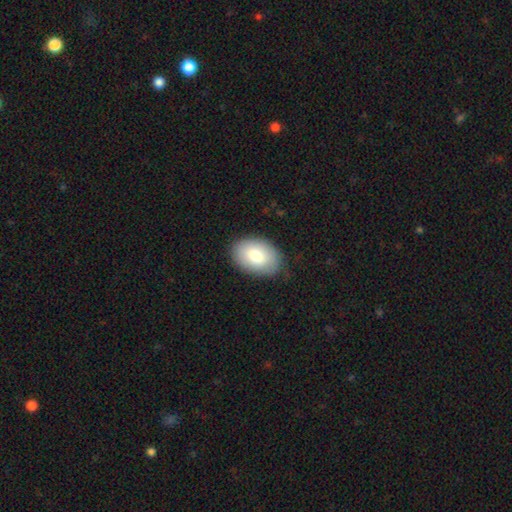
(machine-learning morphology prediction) smooth 80%, featured or disk 13%, star or artifact 7%. Down the decision tree: how rounded — in between (86%); merging — none (84%).